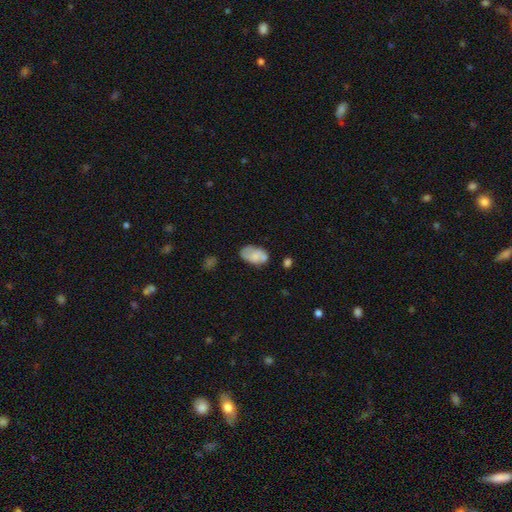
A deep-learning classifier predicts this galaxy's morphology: smooth 69%, featured or disk 23%, star or artifact 8%. Down the decision tree: how rounded — in between (91%); merging — none (55%).